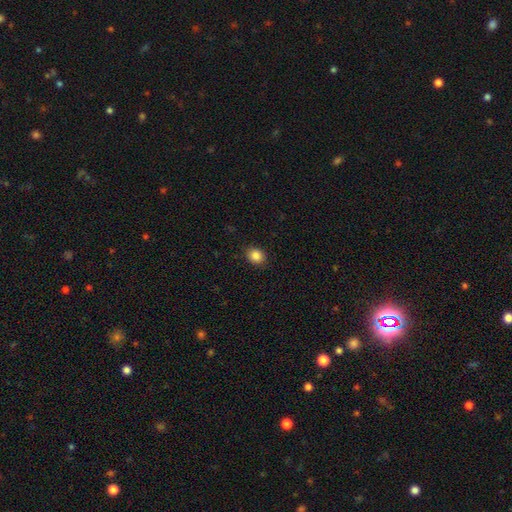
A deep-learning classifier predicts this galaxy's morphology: This is clearly a smooth galaxy (86%). How rounded: likely round (60%). Merging: clearly none (89%).